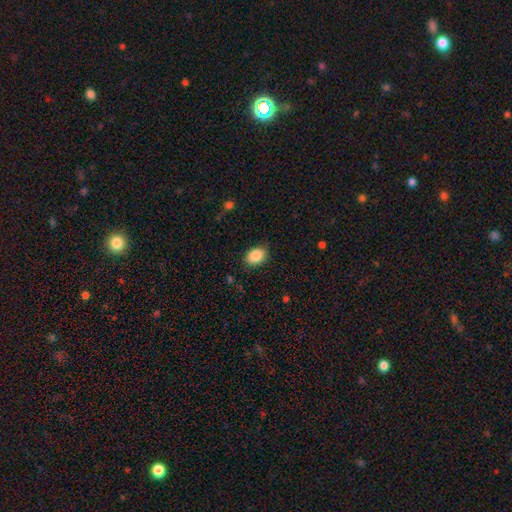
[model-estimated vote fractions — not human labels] Smooth or featured: smooth — 88% (star or artifact — 8%)
How rounded: in between — 72% (round — 27%)
Merging: none — 84% (minor disturbance — 12%)